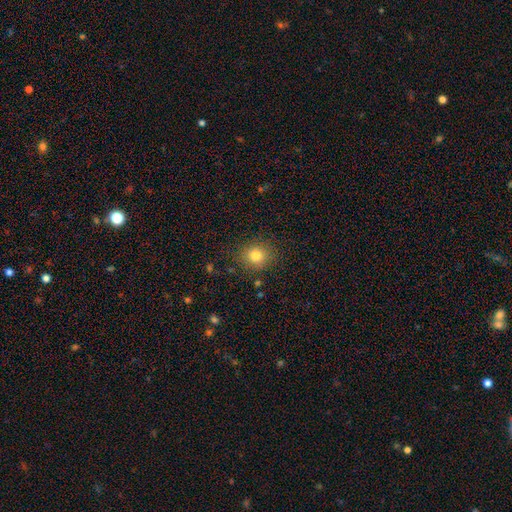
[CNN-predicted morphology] Q: Smooth or featured?
A: smooth (80%); runner-up: star or artifact (13%)
Q: How rounded?
A: round (80%); runner-up: in between (20%)
Q: Merging?
A: none (86%); runner-up: minor disturbance (9%)